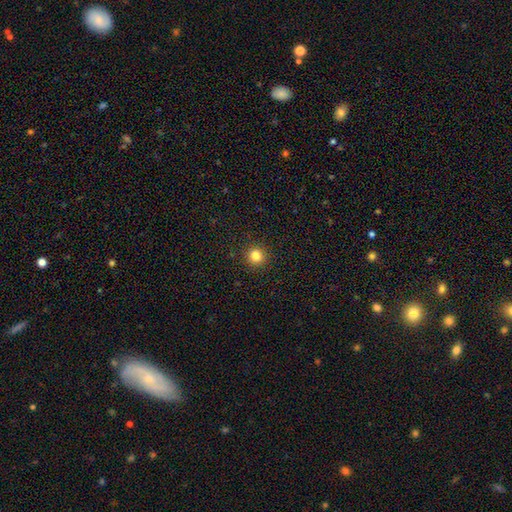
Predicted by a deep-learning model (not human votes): A smooth galaxy with no disk features (82%) that is round (93%).

Vote fractions:
- Smooth or featured? smooth: 82% / star or artifact: 13% / featured or disk: 5%
- How rounded? round: 93% / in between: 6% / cigar-shaped: 1%
- Merging? none: 92% / minor disturbance: 5% / major disturbance: 2% / merger: 1%